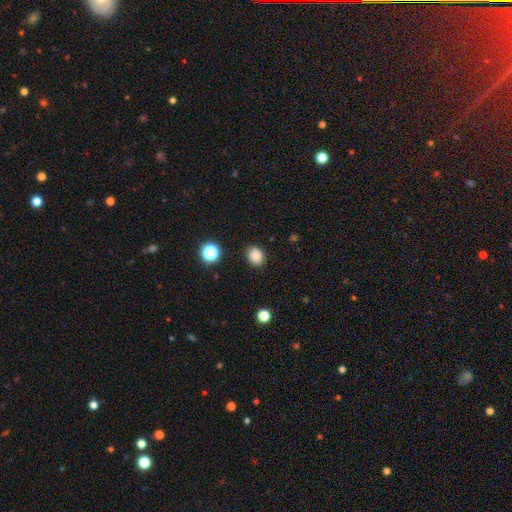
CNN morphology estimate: The model was most divided on "how rounded": round: 58%, in between: 41%, cigar-shaped: 1%. More confident: merging — none (85%); smooth or featured — smooth (84%).